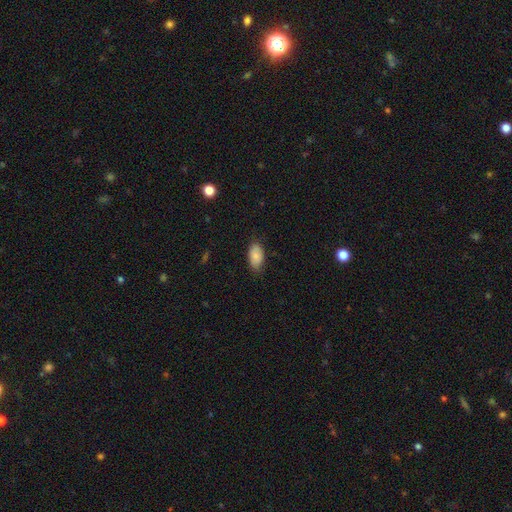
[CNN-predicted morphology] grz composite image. It shows a smooth galaxy with no disk features (85%) that is in between round and cigar-shaped (94%). Merging: none (78%).